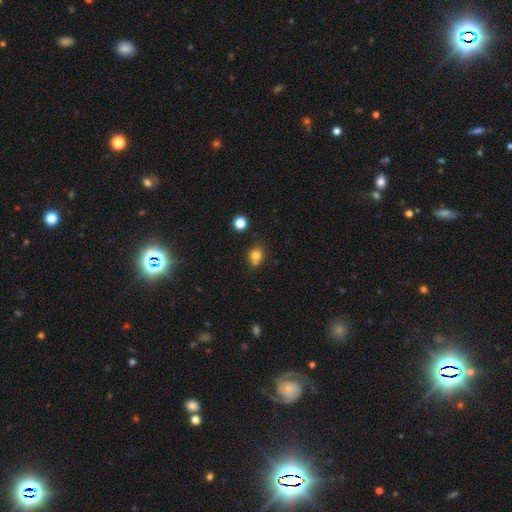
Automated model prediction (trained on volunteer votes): A smooth galaxy with no disk features (78%) that is round (71%).

Vote fractions:
- Smooth or featured? smooth: 78% / star or artifact: 13% / featured or disk: 9%
- How rounded? round: 71% / in between: 28% / cigar-shaped: 1%
- Merging? none: 62% / merger: 20% / minor disturbance: 15% / major disturbance: 4%